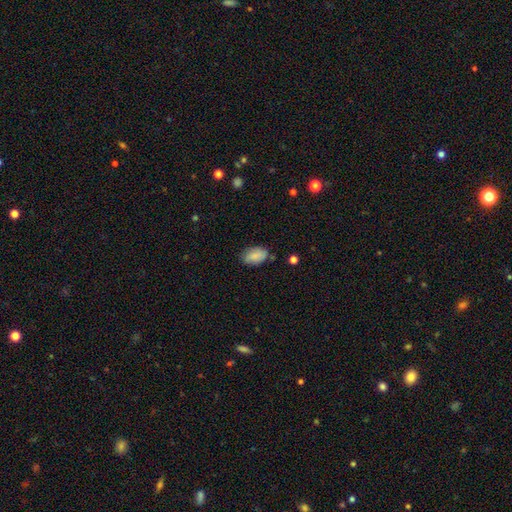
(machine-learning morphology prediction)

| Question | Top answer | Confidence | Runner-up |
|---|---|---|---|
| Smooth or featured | smooth | 82% | featured or disk (10%) |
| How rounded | in between | 92% | round (6%) |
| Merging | none | 73% | minor disturbance (21%) |